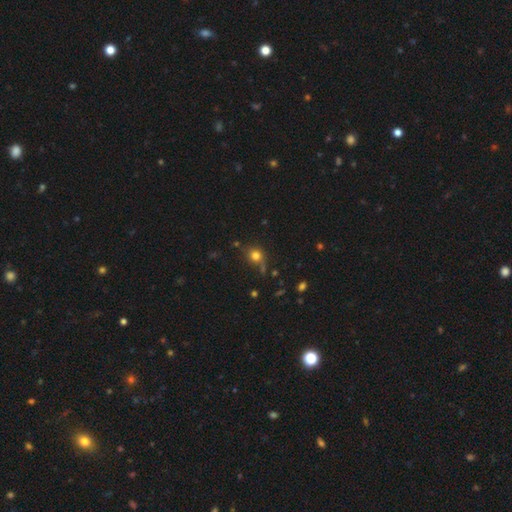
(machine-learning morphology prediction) Q: Smooth or featured?
A: smooth (76%); runner-up: star or artifact (15%)
Q: How rounded?
A: round (79%); runner-up: in between (19%)
Q: Merging?
A: none (64%); runner-up: minor disturbance (19%)